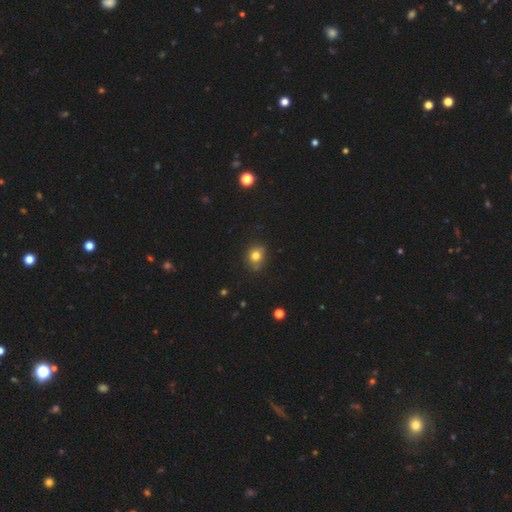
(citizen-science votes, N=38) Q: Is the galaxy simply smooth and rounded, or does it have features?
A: smooth — 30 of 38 (79%).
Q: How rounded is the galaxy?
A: round — 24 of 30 (80%).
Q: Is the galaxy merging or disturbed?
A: none — 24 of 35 (69%).